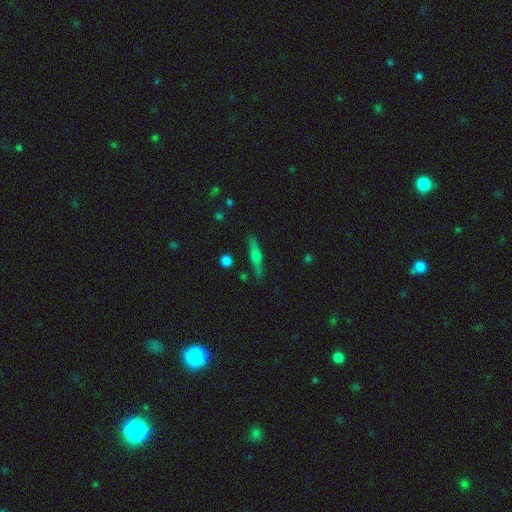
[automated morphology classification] Smooth or featured? featured or disk (59%)
Edge-on disk? yes (96%)
Edge-on bulge? rounded (83%)
Merging? none (86%)